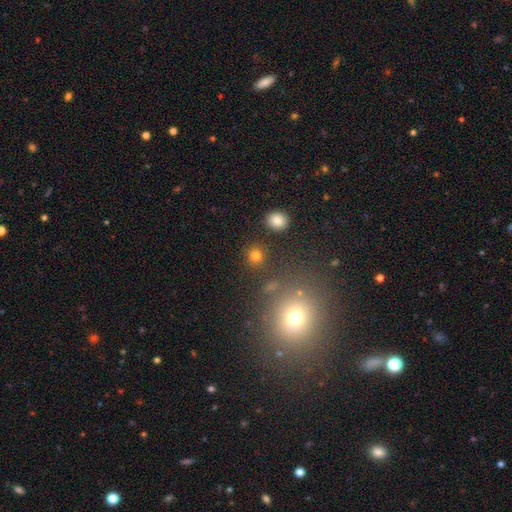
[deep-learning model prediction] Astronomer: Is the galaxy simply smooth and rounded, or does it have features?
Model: smooth — 79%.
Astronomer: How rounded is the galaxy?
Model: round — 88%.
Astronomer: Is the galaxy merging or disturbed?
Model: none — 85%.